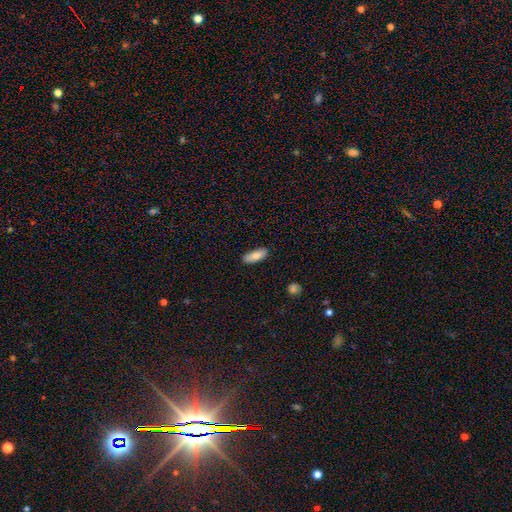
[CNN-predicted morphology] type=smooth (85%); roundness=in between (73%); merging=none (85%).